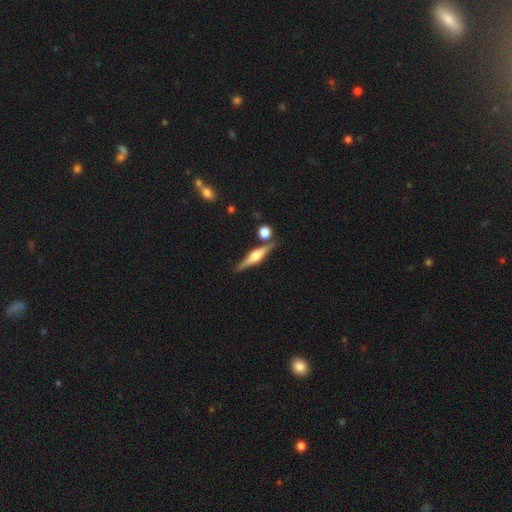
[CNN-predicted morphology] smooth_or_featured: featured or disk (p=0.76) [alt: smooth p=0.18]
disk_edge_on: yes (p=0.98) [alt: no p=0.02]
edge_on_bulge: rounded (p=0.87) [alt: boxy p=0.11]
merging: none (p=0.83) [alt: minor disturbance p=0.08]